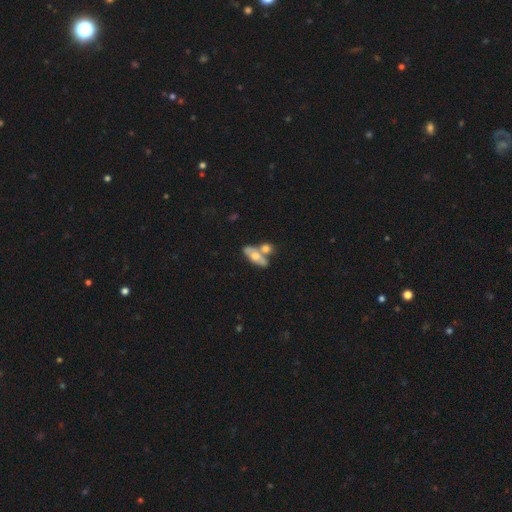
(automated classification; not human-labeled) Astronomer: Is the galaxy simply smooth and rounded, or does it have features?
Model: smooth — 52% (runner-up: featured or disk, 41%).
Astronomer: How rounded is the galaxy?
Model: in between — 73%.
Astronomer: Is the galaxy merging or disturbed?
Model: none — 43% (runner-up: merger, 41%).